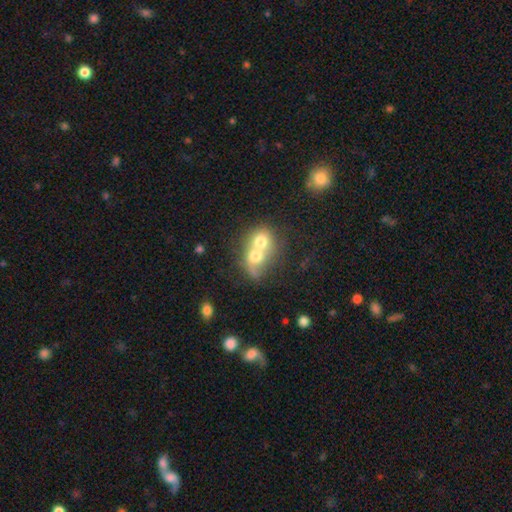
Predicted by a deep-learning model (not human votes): The model was most divided on "how rounded": round: 62%, in between: 37%, cigar-shaped: 1%. More confident: merging — merger (79%); smooth or featured — smooth (63%).